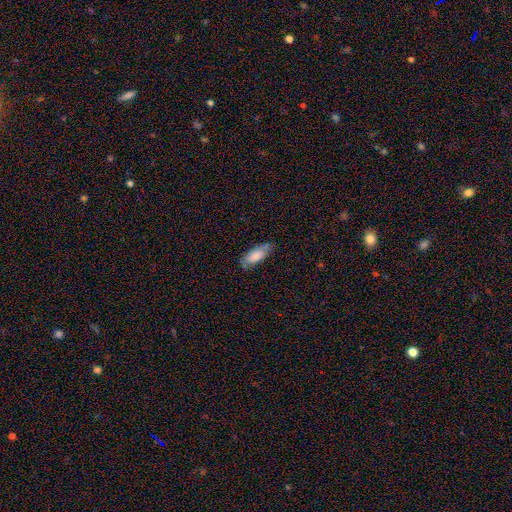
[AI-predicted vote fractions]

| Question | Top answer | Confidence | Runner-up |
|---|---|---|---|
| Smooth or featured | smooth | 81% | featured or disk (13%) |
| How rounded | in between | 79% | cigar-shaped (20%) |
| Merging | none | 68% | minor disturbance (24%) |